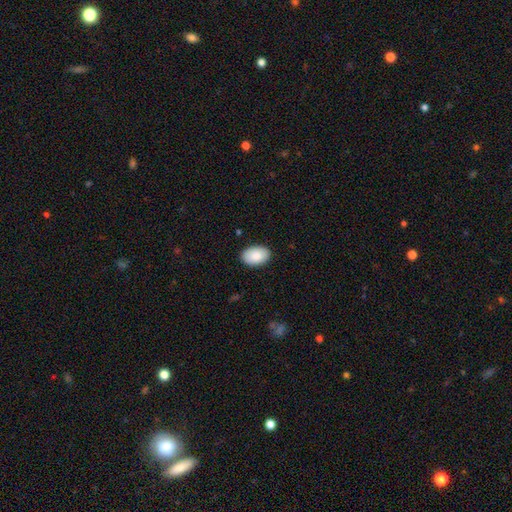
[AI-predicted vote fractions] A smooth galaxy with no disk features (89%) that is in between round and cigar-shaped (91%).

Vote fractions:
- Smooth or featured? smooth: 89% / star or artifact: 6% / featured or disk: 5%
- How rounded? in between: 91% / round: 8% / cigar-shaped: 1%
- Merging? none: 89% / minor disturbance: 8% / major disturbance: 2% / merger: 1%